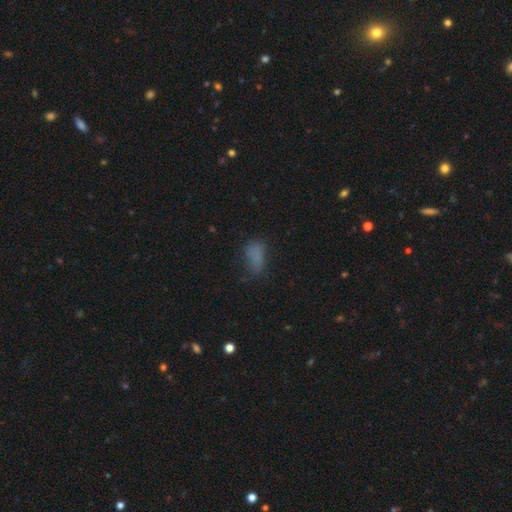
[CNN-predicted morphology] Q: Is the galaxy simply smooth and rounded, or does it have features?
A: smooth — 70%.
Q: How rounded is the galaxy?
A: in between — 85%.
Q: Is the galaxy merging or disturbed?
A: none — 47%.